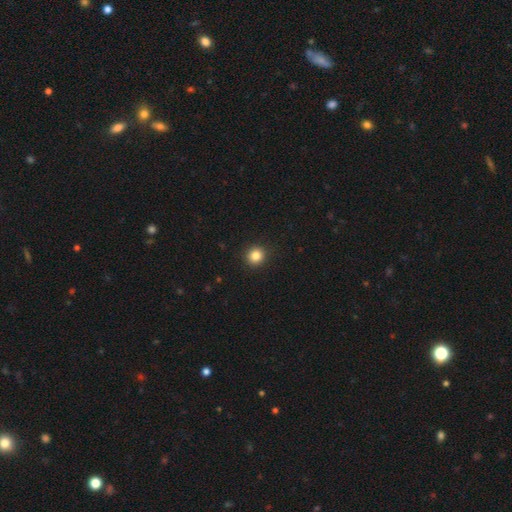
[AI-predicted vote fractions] smooth 84%, star or artifact 11%, featured or disk 5%. Down the decision tree: how rounded — round (92%); merging — none (93%).